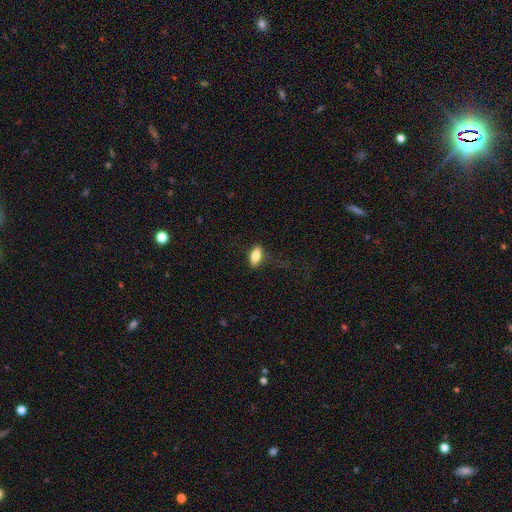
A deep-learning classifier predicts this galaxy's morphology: A smooth galaxy with no disk features (75%) that is in between round and cigar-shaped (81%).

Vote fractions:
- Smooth or featured? smooth: 75% / featured or disk: 18% / star or artifact: 7%
- How rounded? in between: 81% / cigar-shaped: 16% / round: 4%
- Merging? none: 74% / minor disturbance: 17% / major disturbance: 7% / merger: 1%